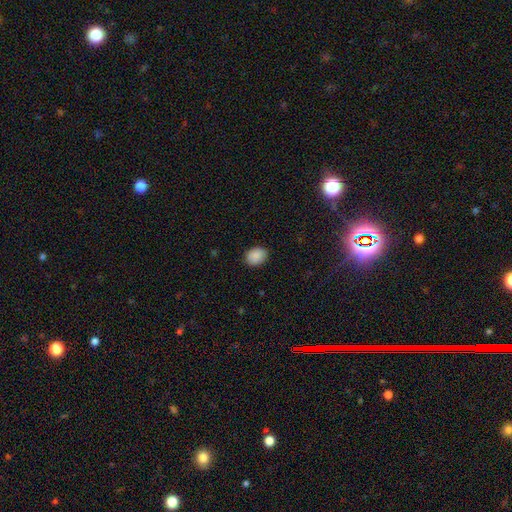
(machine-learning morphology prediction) Smooth or featured? smooth (89%)
How rounded? in between (55%)
Merging? none (87%)